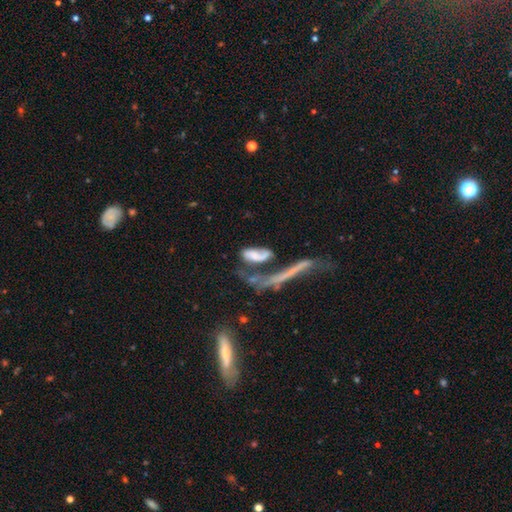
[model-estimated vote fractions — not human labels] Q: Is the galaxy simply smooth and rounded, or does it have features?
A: smooth — 53%.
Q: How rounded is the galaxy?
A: in between — 70%.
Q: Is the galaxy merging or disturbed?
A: merger — 38%.